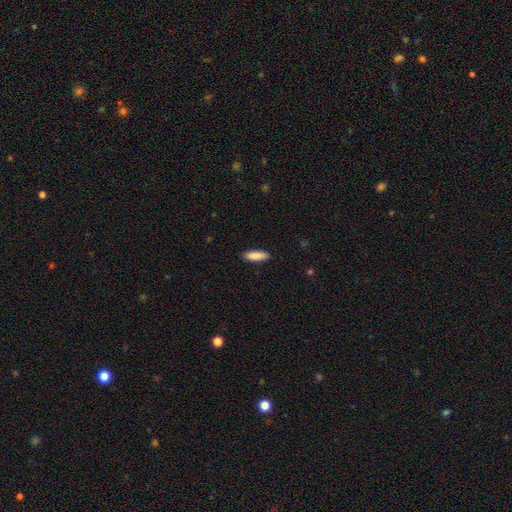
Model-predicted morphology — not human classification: Smooth or featured?
  - smooth: 88% *
  - featured or disk: 6%
  - star or artifact: 6%
How rounded?
  - cigar-shaped: 51% *
  - in between: 47%
  - round: 2%
Merging?
  - none: 89% *
  - minor disturbance: 8%
  - major disturbance: 2%
  - merger: 1%